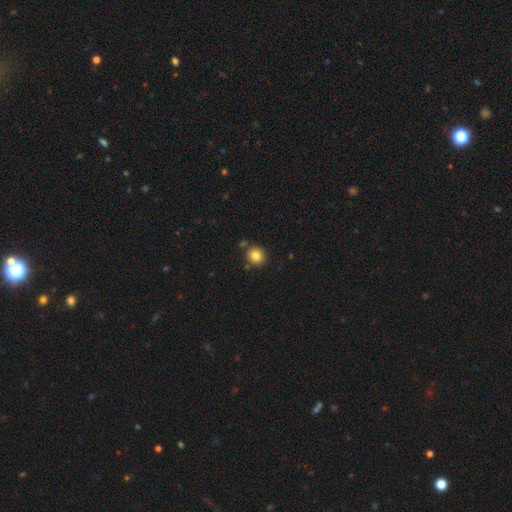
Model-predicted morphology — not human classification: Smooth or featured?
  - smooth: 82% *
  - star or artifact: 11%
  - featured or disk: 7%
How rounded?
  - round: 84% *
  - in between: 15%
  - cigar-shaped: 1%
Merging?
  - none: 82% *
  - minor disturbance: 9%
  - merger: 6%
  - major disturbance: 2%